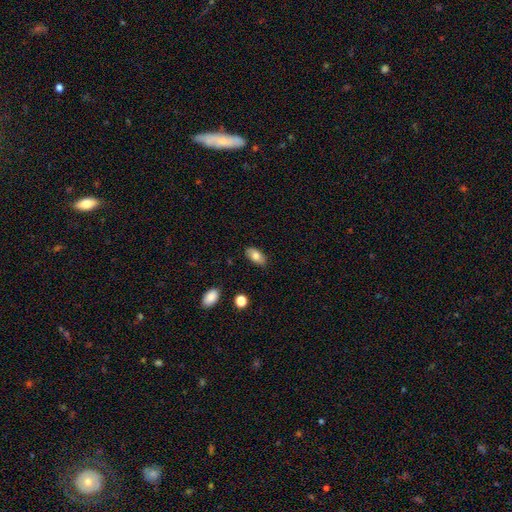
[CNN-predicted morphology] Q: Smooth or featured?
A: smooth (79%); runner-up: featured or disk (14%)
Q: How rounded?
A: in between (92%); runner-up: cigar-shaped (4%)
Q: Merging?
A: none (85%); runner-up: minor disturbance (12%)